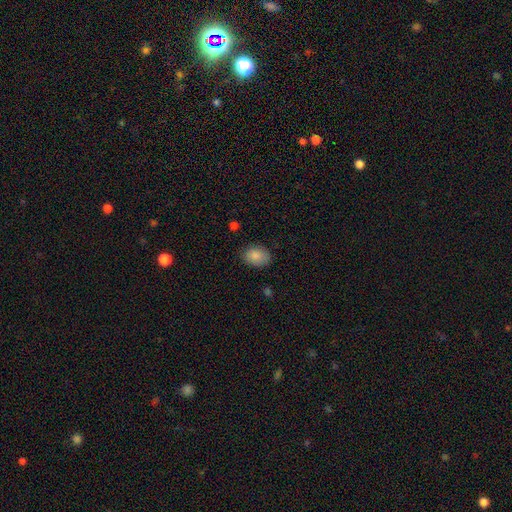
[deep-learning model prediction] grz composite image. It shows a smooth galaxy with no disk features (87%) that is in between round and cigar-shaped (72%). Merging: none (82%).